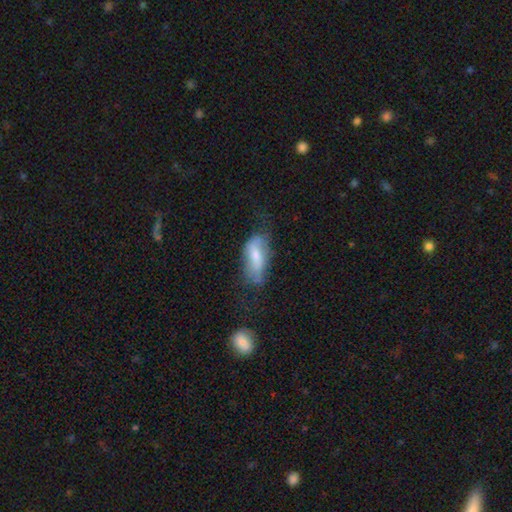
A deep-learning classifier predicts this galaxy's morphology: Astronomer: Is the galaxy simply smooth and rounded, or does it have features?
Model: smooth — 58% (runner-up: featured or disk, 34%).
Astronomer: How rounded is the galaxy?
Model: in between — 80%.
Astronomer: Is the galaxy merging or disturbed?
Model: none — 39% (runner-up: minor disturbance, 33%).